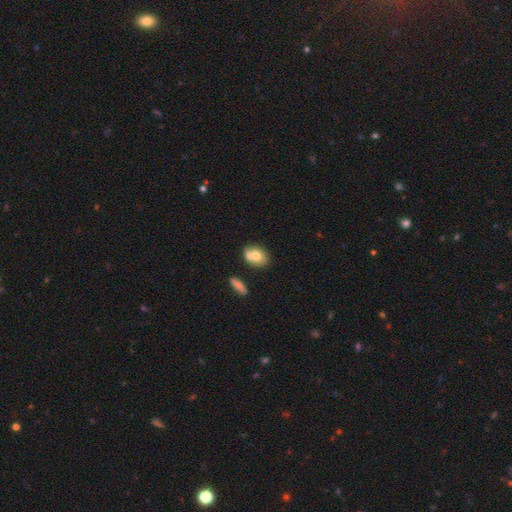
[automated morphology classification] The model was most divided on "how rounded": in between: 60%, round: 38%, cigar-shaped: 2%. More confident: smooth or featured — smooth (71%); merging — none (52%).